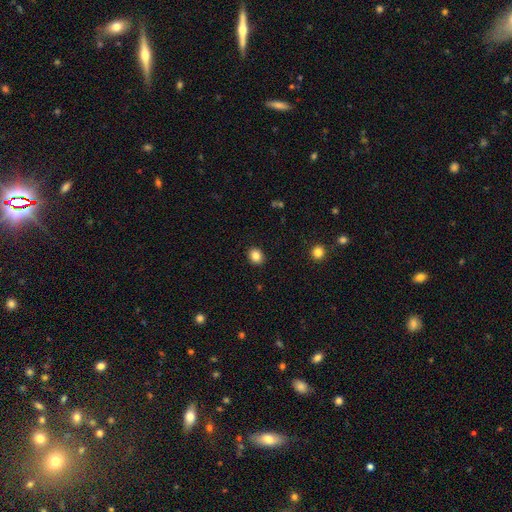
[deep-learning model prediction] smooth 85%, star or artifact 10%, featured or disk 5%. Down the decision tree: how rounded — round (62%); merging — none (91%).